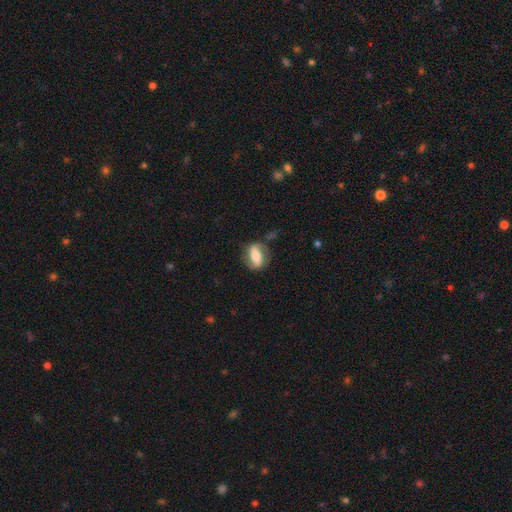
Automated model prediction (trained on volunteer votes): Q: Smooth or featured?
A: smooth (50%); runner-up: featured or disk (43%)
Q: Merging?
A: none (71%); runner-up: minor disturbance (18%)